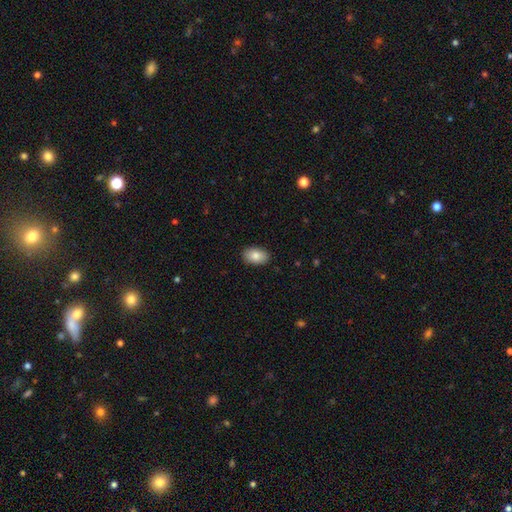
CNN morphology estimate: Smooth or featured? smooth (85%)
How rounded? in between (91%)
Merging? none (89%)